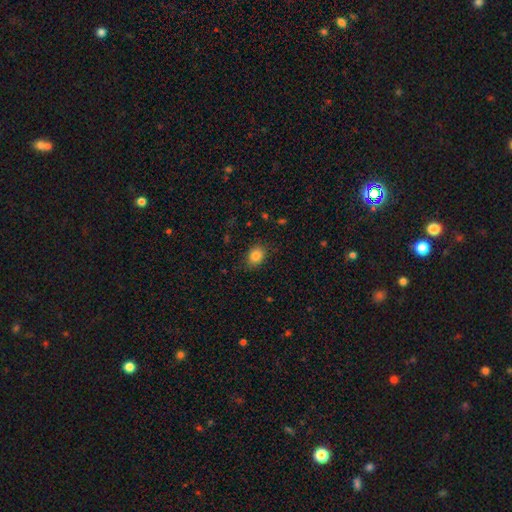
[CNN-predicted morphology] smooth_or_featured: smooth (p=0.84) [alt: star or artifact p=0.10]
how_rounded: in between (p=0.55) [alt: round p=0.44]
merging: none (p=0.83) [alt: minor disturbance p=0.12]